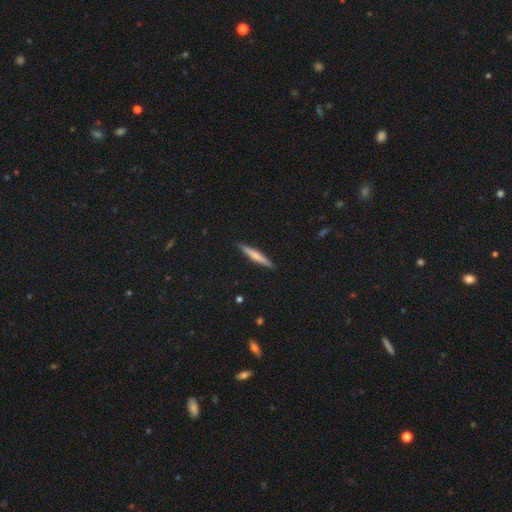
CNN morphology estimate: The model was most divided on "smooth or featured": smooth: 54%, featured or disk: 40%, star or artifact: 6%. More confident: how rounded — cigar-shaped (94%); merging — none (90%).